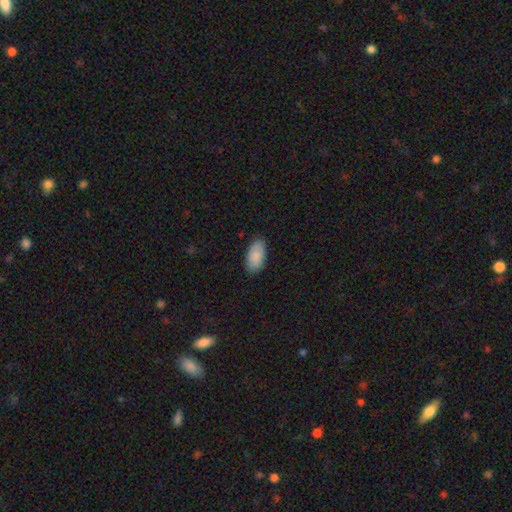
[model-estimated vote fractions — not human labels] A smooth galaxy with no disk features (89%) that is in between round and cigar-shaped (95%).

Vote fractions:
- Smooth or featured? smooth: 89% / star or artifact: 6% / featured or disk: 5%
- How rounded? in between: 95% / cigar-shaped: 3% / round: 2%
- Merging? none: 86% / minor disturbance: 11% / major disturbance: 2% / merger: 1%